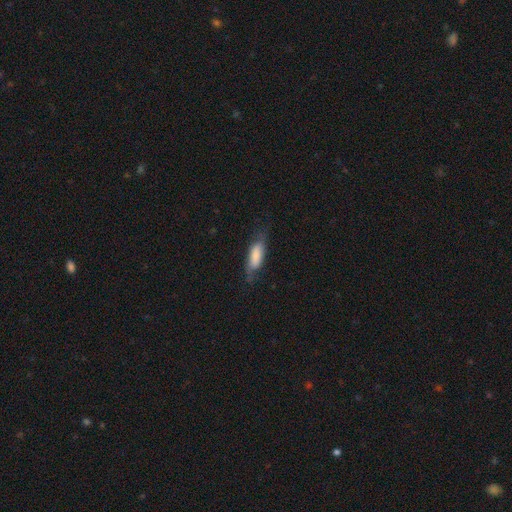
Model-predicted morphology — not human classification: A smooth galaxy with no disk features (74%) that is in between round and cigar-shaped (63%).

Vote fractions:
- Smooth or featured? smooth: 74% / featured or disk: 19% / star or artifact: 6%
- How rounded? in between: 63% / cigar-shaped: 35% / round: 2%
- Merging? none: 59% / minor disturbance: 28% / major disturbance: 11% / merger: 2%